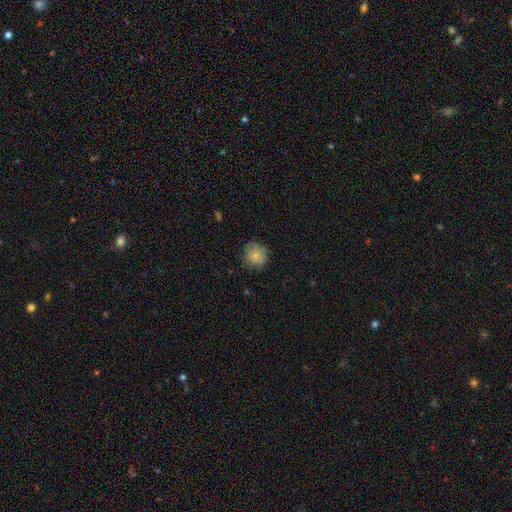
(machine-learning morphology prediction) This is likely a smooth galaxy (80%). How rounded: clearly round (87%). Merging: likely none (79%).